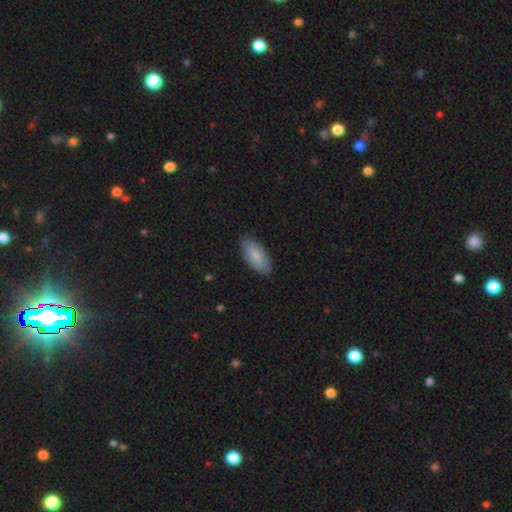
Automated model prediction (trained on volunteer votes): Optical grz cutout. It shows a smooth galaxy with no disk features (80%) that is in between round and cigar-shaped (91%). Merging: none (83%).